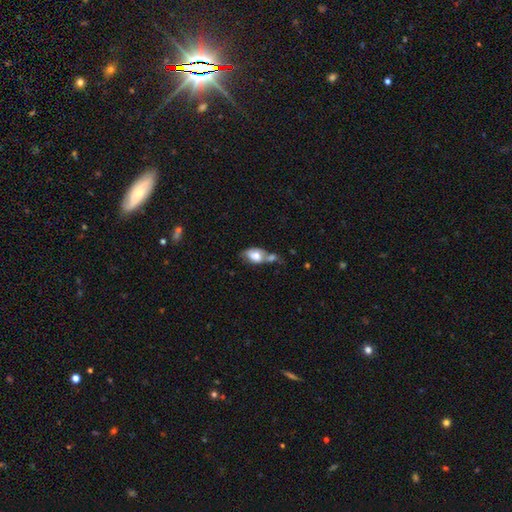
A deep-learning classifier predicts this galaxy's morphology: Smooth or featured?
  - smooth: 66% *
  - featured or disk: 26%
  - star or artifact: 8%
How rounded?
  - in between: 84% *
  - round: 13%
  - cigar-shaped: 3%
Merging?
  - merger: 51% *
  - none: 22%
  - minor disturbance: 15%
  - major disturbance: 11%